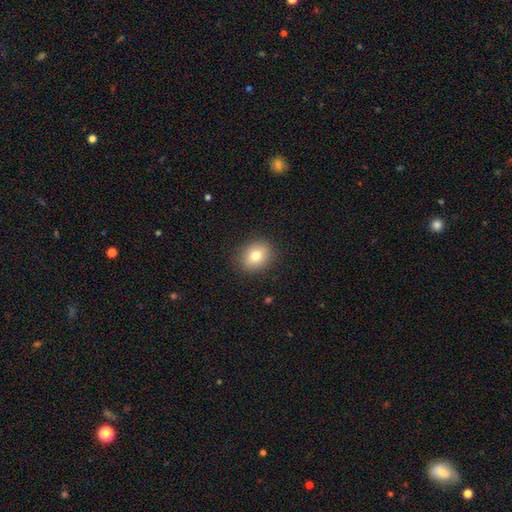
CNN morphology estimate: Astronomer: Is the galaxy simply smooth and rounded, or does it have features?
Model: smooth — 79%.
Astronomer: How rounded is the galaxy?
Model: round — 57% (runner-up: in between, 42%).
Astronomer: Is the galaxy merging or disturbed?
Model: none — 88%.